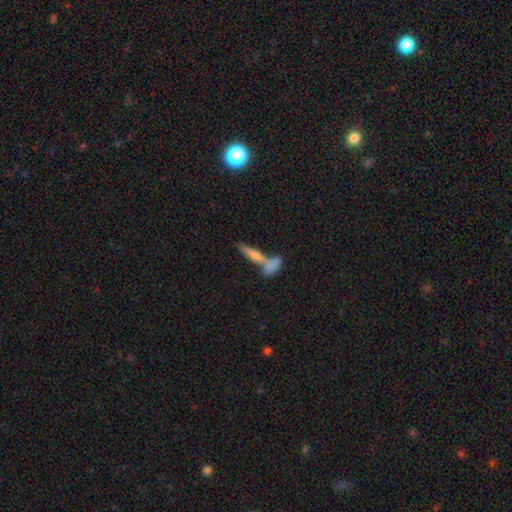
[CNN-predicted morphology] A smooth galaxy with no disk features (52%) that is cigar-shaped (73%).

Vote fractions:
- Smooth or featured? smooth: 52% / featured or disk: 37% / star or artifact: 11%
- How rounded? cigar-shaped: 73% / in between: 23% / round: 3%
- Merging? merger: 48% / none: 39% / minor disturbance: 8% / major disturbance: 4%